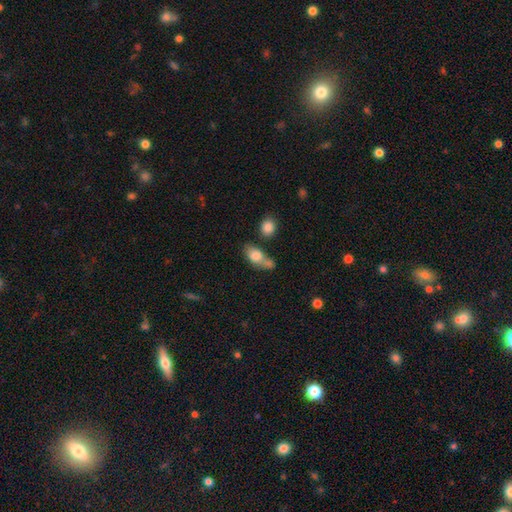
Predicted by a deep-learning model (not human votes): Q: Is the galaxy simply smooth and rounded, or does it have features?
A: smooth — 76%.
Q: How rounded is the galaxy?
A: in between — 80%.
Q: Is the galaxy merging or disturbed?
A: merger — 40%.